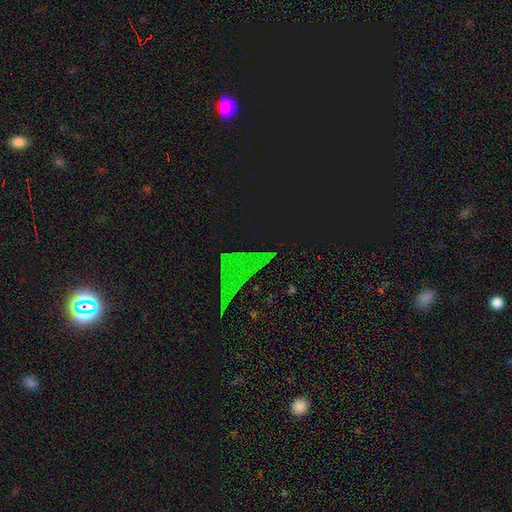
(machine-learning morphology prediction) smooth-or-featured: star or artifact: 77% | smooth: 13% | featured or disk: 10%